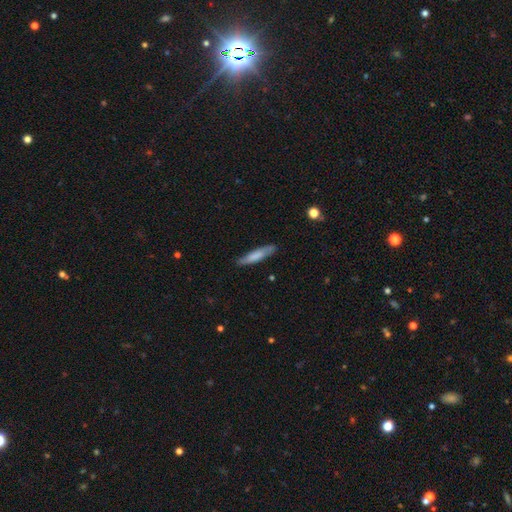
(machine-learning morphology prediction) Smooth or featured: smooth — 73% (featured or disk — 22%)
How rounded: cigar-shaped — 85% (in between — 14%)
Merging: none — 83% (minor disturbance — 14%)